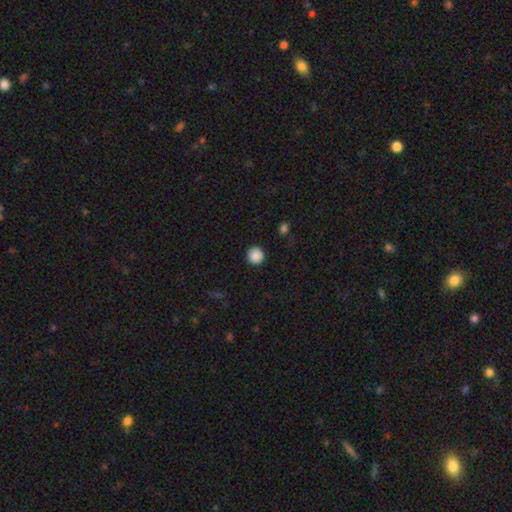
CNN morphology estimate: The model was most divided on "smooth or featured": smooth: 88%, star or artifact: 9%, featured or disk: 3%. More confident: how rounded — round (95%); merging — none (92%).